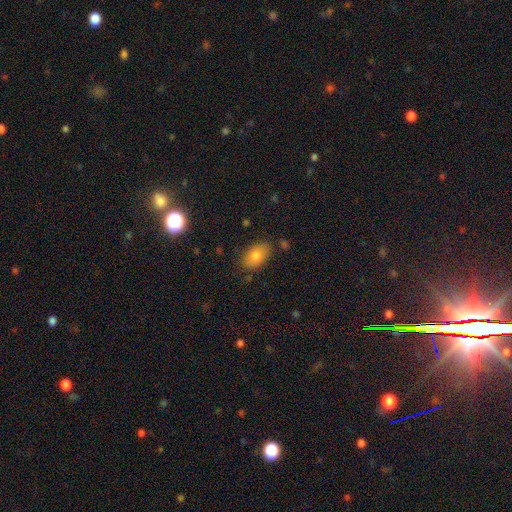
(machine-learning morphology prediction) Q: Smooth or featured?
A: smooth (79%); runner-up: star or artifact (11%)
Q: How rounded?
A: in between (88%); runner-up: round (10%)
Q: Merging?
A: none (82%); runner-up: minor disturbance (13%)